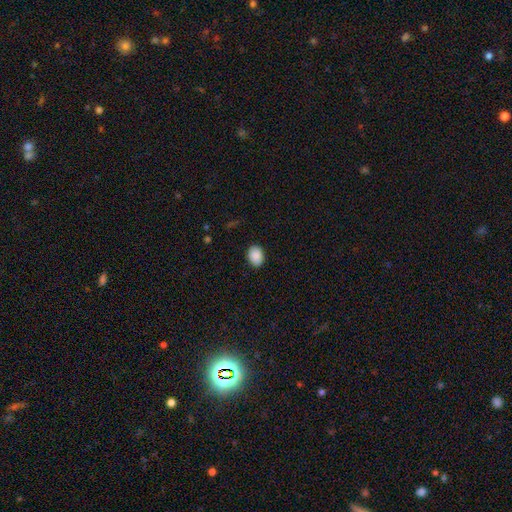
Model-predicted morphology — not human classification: type=smooth (90%); roundness=in between (68%); merging=none (88%).